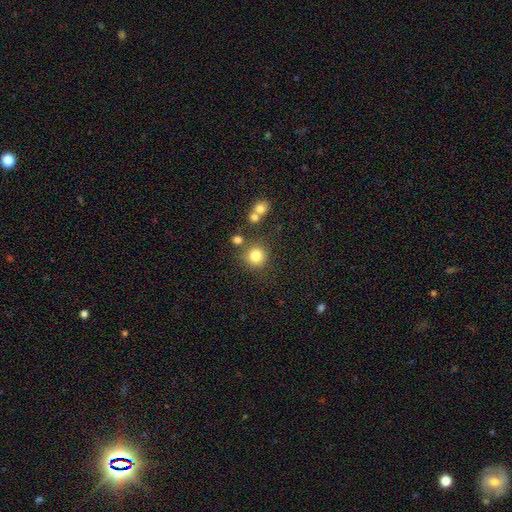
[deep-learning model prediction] This is clearly a smooth galaxy (81%). How rounded: clearly round (91%). Merging: likely none (75%).